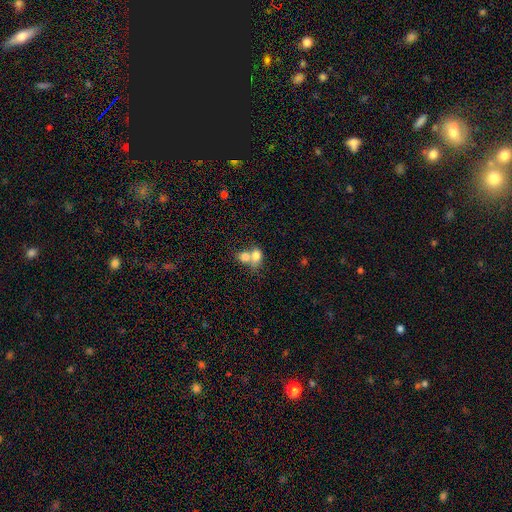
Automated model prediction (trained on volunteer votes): A smooth galaxy with no disk features (76%) that is in between round and cigar-shaped (54%). Merging: merger (67%).